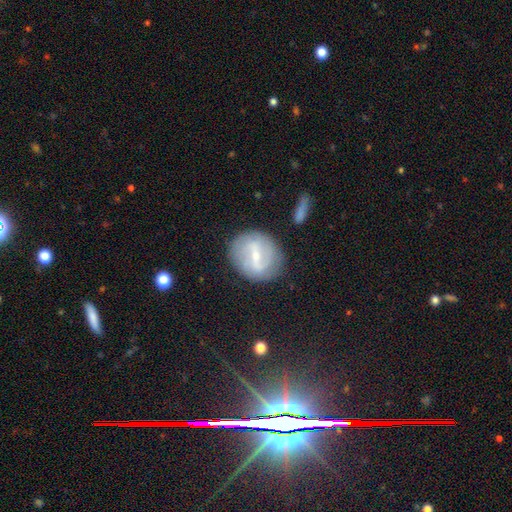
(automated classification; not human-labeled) Smooth or featured? Predicted: featured or disk (p=0.67). Edge-on disk? Predicted: no (p=0.95). Bar? Predicted: strong (p=0.46). Spiral arms? Predicted: yes (p=0.62). Bulge size? Predicted: small (p=0.68). Merging? Predicted: none (p=0.78).